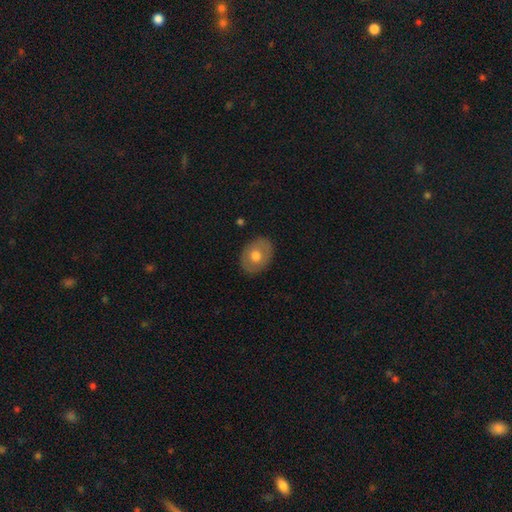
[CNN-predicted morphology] The model was most divided on "how rounded": in between: 65%, round: 34%, cigar-shaped: 1%. More confident: merging — none (87%); smooth or featured — smooth (63%).